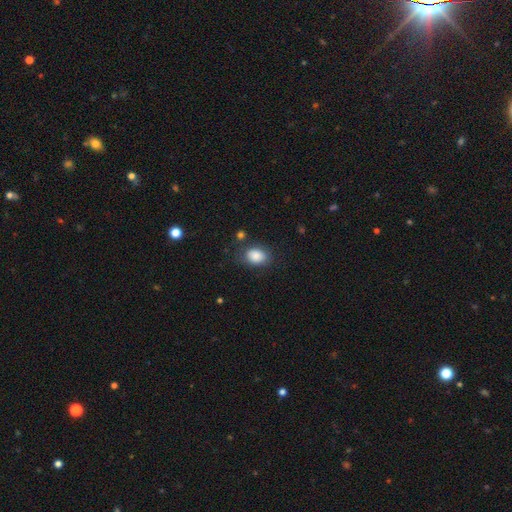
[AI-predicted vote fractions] A smooth galaxy with no disk features (87%) that is in between round and cigar-shaped (71%).

Vote fractions:
- Smooth or featured? smooth: 87% / star or artifact: 8% / featured or disk: 5%
- How rounded? in between: 71% / round: 28% / cigar-shaped: 1%
- Merging? none: 75% / minor disturbance: 16% / major disturbance: 5% / merger: 4%